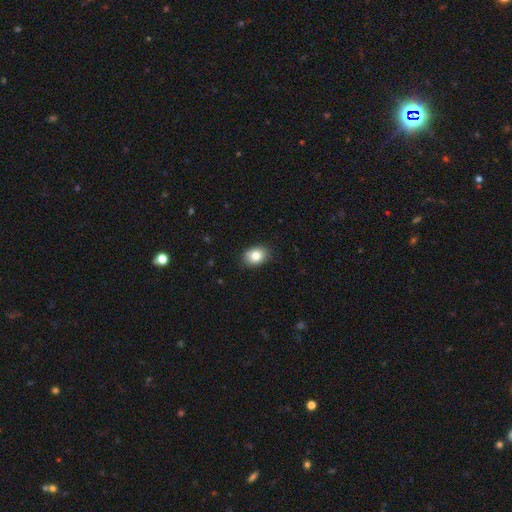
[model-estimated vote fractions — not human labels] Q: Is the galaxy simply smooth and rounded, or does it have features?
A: smooth — 83%.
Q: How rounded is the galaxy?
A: in between — 69%.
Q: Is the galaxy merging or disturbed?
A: none — 87%.